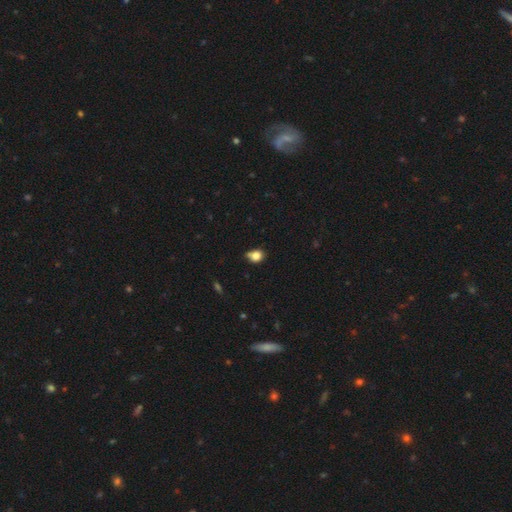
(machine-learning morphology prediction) A smooth galaxy with no disk features (82%) that is round (55%).

Vote fractions:
- Smooth or featured? smooth: 82% / star or artifact: 11% / featured or disk: 7%
- How rounded? round: 55% / in between: 44% / cigar-shaped: 1%
- Merging? none: 50% / minor disturbance: 37% / major disturbance: 8% / merger: 6%